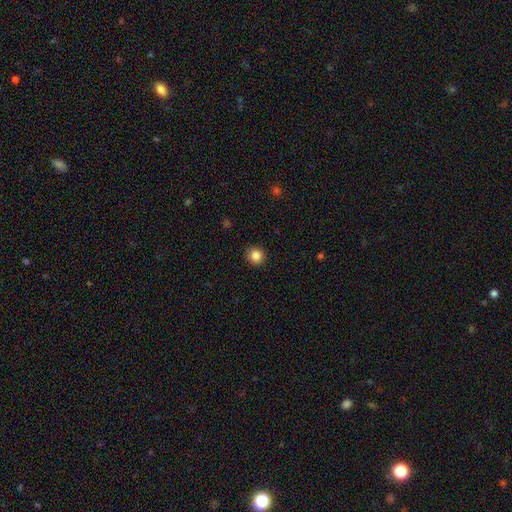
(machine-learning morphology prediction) Smooth or featured? smooth (86%)
How rounded? round (92%)
Merging? none (92%)